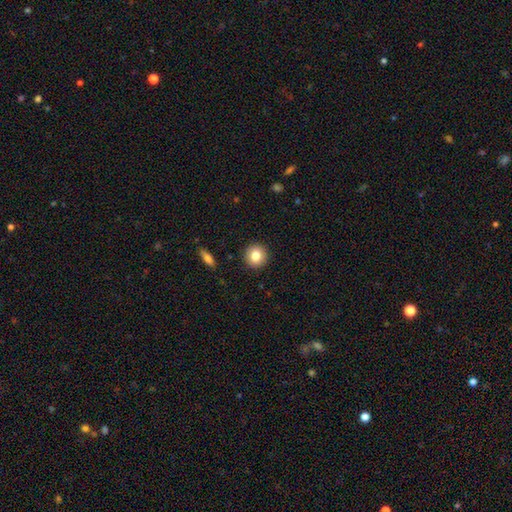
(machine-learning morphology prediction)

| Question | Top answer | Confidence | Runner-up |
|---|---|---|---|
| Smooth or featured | smooth | 80% | featured or disk (10%) |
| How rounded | round | 93% | in between (6%) |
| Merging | none | 92% | minor disturbance (5%) |